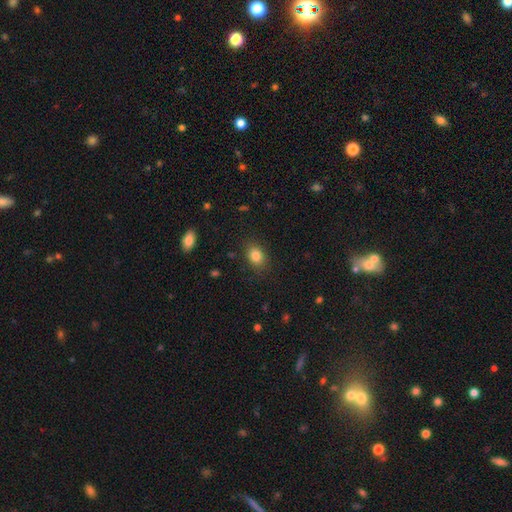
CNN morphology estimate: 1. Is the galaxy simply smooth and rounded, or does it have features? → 83% smooth, 10% star or artifact, 7% featured or disk.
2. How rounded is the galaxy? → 67% in between, 32% round, 1% cigar-shaped.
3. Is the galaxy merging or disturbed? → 85% none, 10% minor disturbance, 3% major disturbance, 1% merger.